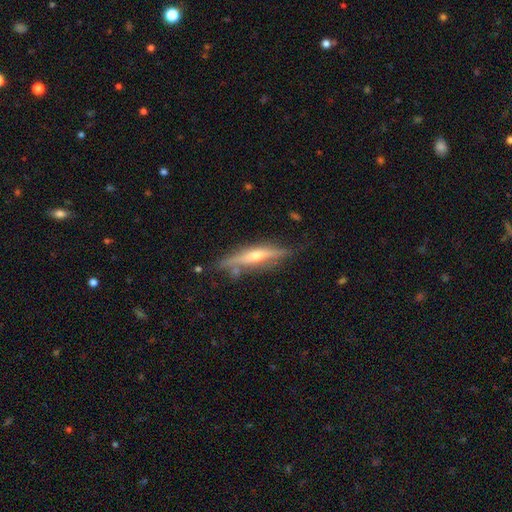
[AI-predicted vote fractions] featured or disk 67%, smooth 26%, star or artifact 6%. Down the decision tree: edge-on disk — yes (93%); edge-on bulge — rounded (82%); merging — none (74%).